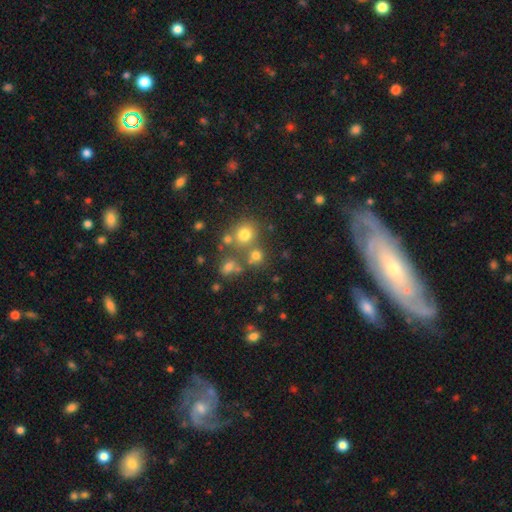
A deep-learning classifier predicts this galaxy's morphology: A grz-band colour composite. It shows a smooth galaxy with no disk features (71%) that is round (83%). Merging: none (60%).